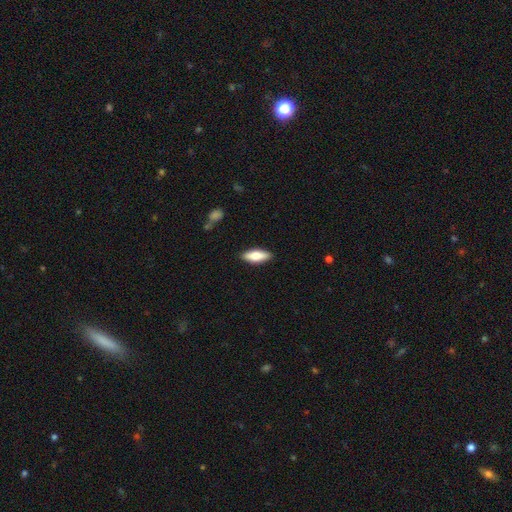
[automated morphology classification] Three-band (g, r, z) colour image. It shows a smooth galaxy with no disk features (67%) that is in between round and cigar-shaped (65%). Merging: none (87%).